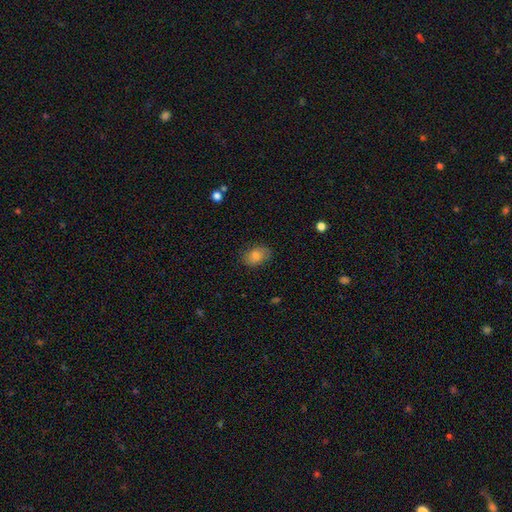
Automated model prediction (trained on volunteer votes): Smooth or featured?
  - smooth: 75% *
  - featured or disk: 14%
  - star or artifact: 11%
How rounded?
  - in between: 75% *
  - round: 24%
  - cigar-shaped: 1%
Merging?
  - none: 79% *
  - minor disturbance: 16%
  - major disturbance: 4%
  - merger: 1%